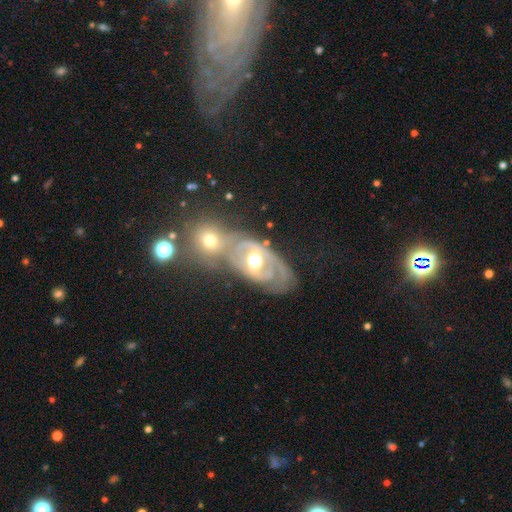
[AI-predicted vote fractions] Q: Smooth or featured?
A: featured or disk (77%); runner-up: smooth (15%)
Q: Edge-on disk?
A: no (94%); runner-up: yes (6%)
Q: Bar?
A: no (51%); runner-up: weak (32%)
Q: Spiral arms?
A: yes (75%); runner-up: no (25%)
Q: Spiral winding?
A: tight (59%); runner-up: medium (31%)
Q: Spiral arm count?
A: 2 (47%); runner-up: can't tell (33%)
Q: Bulge size?
A: moderate (76%); runner-up: small (13%)
Q: Merging?
A: merger (38%); tied with: none (38%)